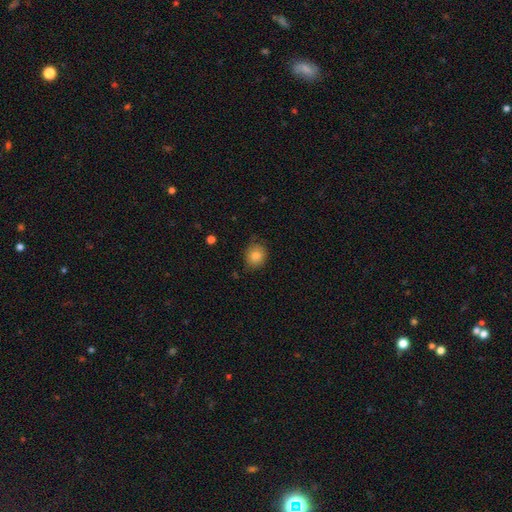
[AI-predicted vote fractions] A smooth galaxy with no disk features (84%) that is round (69%). Merging: none (76%).